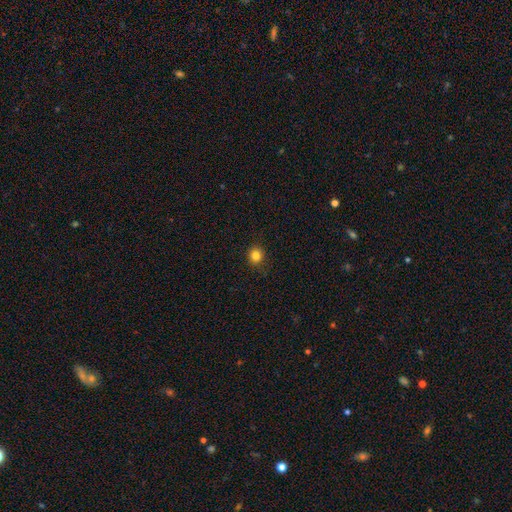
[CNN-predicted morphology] smooth_or_featured: smooth (p=0.82) [alt: star or artifact p=0.13]
how_rounded: round (p=0.84) [alt: in between p=0.15]
merging: none (p=0.89) [alt: minor disturbance p=0.08]